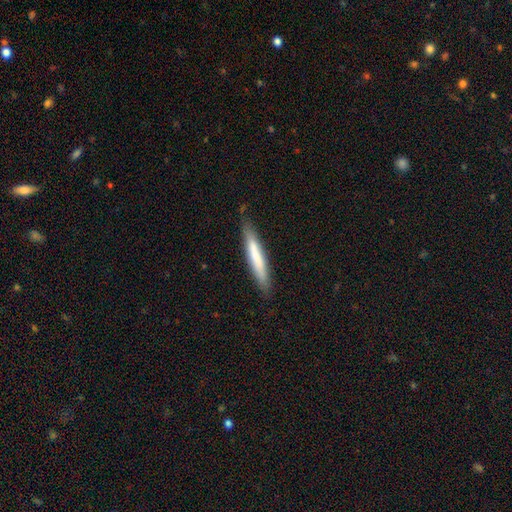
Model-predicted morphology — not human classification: This appears to be a smooth galaxy with no disk features (65%) that is cigar-shaped (94%). Merging: none (84%).